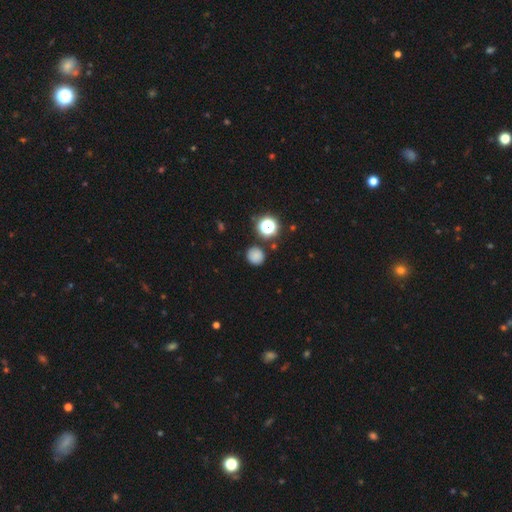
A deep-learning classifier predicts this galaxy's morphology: Smooth or featured?
  - smooth: 77% *
  - star or artifact: 17%
  - featured or disk: 6%
How rounded?
  - round: 89% *
  - in between: 10%
  - cigar-shaped: 1%
Merging?
  - none: 84% *
  - minor disturbance: 9%
  - merger: 4%
  - major disturbance: 3%